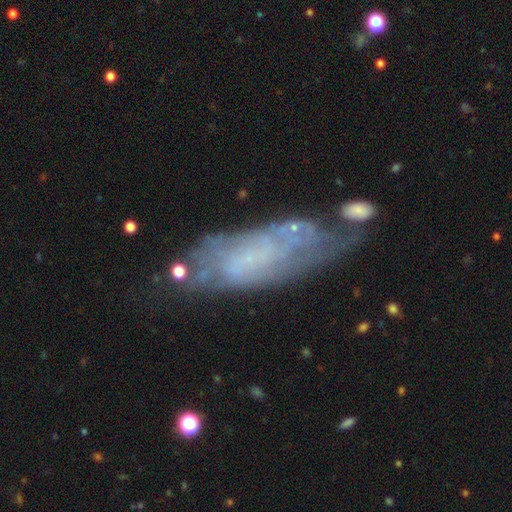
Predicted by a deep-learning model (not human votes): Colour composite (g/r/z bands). It shows a featured or disk galaxy (65%) with no bar (62%), spiral arms (76%) and no central bulge (49%). Merging: none (55%).